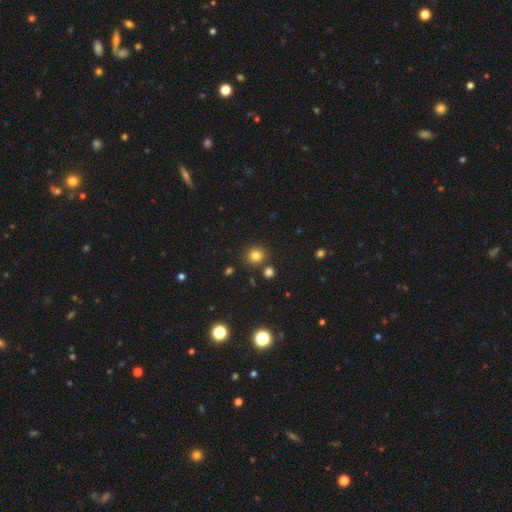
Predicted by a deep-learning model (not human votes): Smooth or featured? smooth (80%)
How rounded? round (87%)
Merging? none (83%)